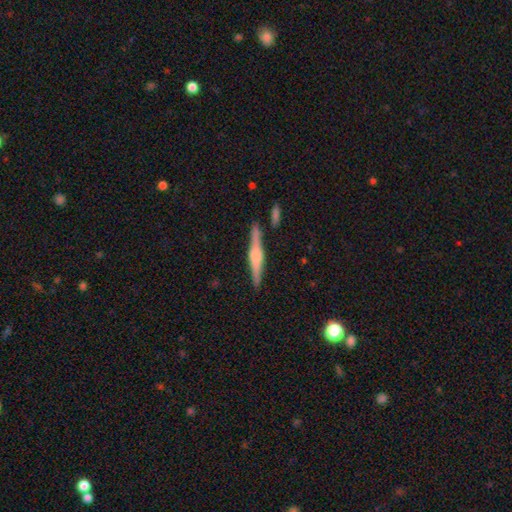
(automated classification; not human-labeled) A featured or disk galaxy (72%) viewed edge-on (98%) with a rounded central bulge (71%). Merging: none (86%).